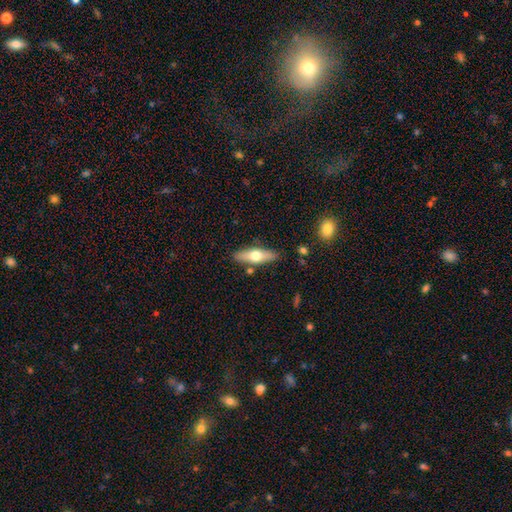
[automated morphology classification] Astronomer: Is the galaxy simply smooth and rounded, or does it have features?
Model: smooth — 50% (runner-up: featured or disk, 44%).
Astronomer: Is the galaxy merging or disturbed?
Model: none — 84%.